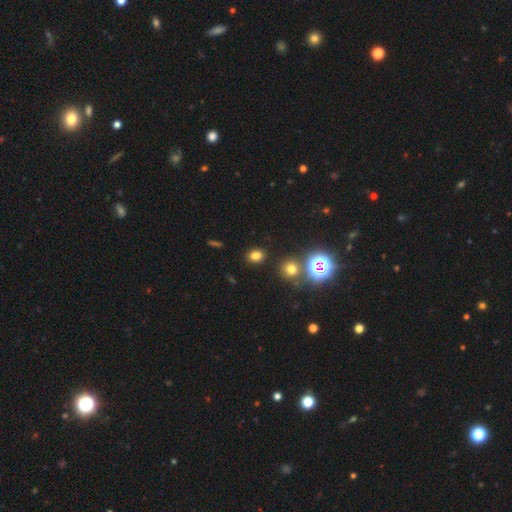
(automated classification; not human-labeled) This appears to be a smooth galaxy with no disk features (75%) that is round (50%). Merging: none (86%).